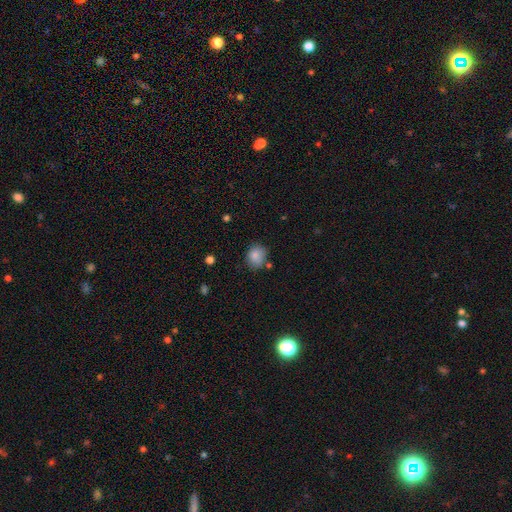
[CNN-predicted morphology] Q: Smooth or featured?
A: smooth (85%); runner-up: star or artifact (9%)
Q: How rounded?
A: round (63%); runner-up: in between (36%)
Q: Merging?
A: none (71%); runner-up: minor disturbance (20%)